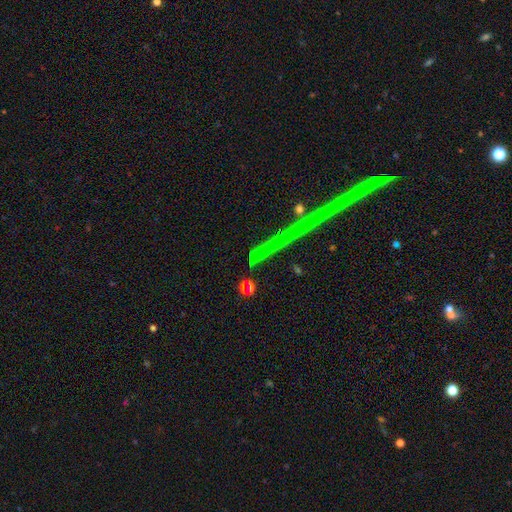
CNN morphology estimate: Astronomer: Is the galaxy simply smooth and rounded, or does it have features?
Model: star or artifact — 68%.